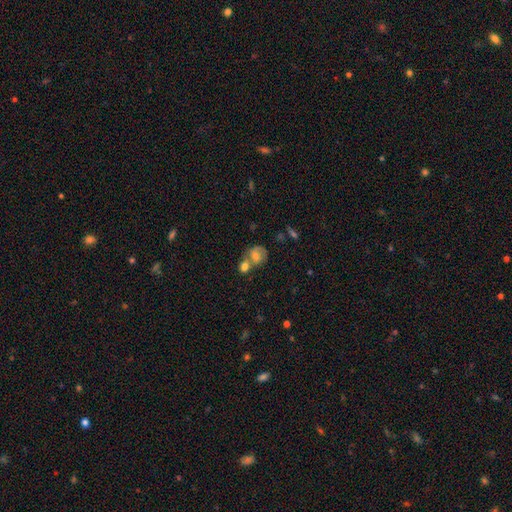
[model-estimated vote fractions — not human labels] Smooth or featured: smooth — 64% (featured or disk — 26%)
How rounded: round — 65% (in between — 33%)
Merging: merger — 50% (none — 35%)